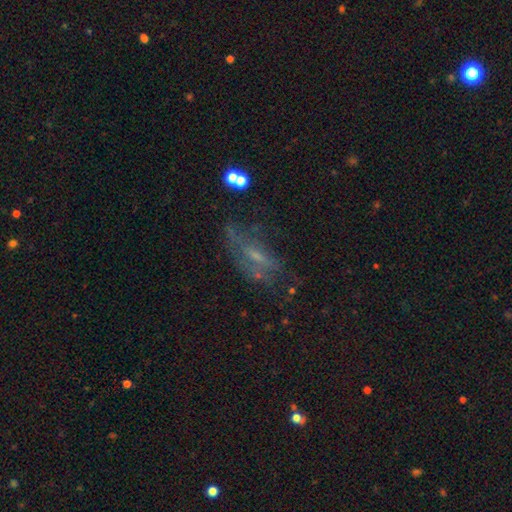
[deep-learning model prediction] Smooth or featured: featured or disk — 49% (star or artifact — 26%)
Merging: none — 55% (minor disturbance — 21%)